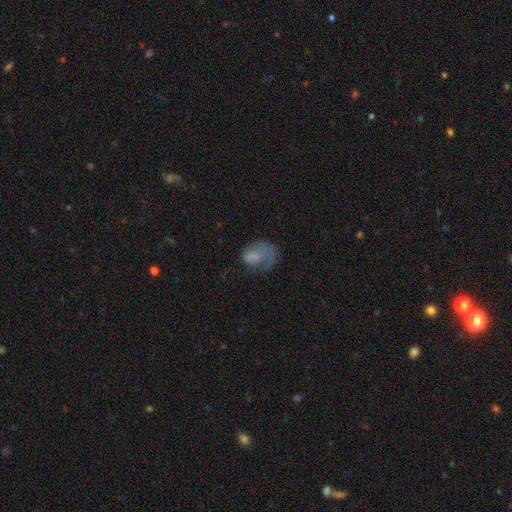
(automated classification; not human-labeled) Smooth or featured?
  - smooth: 56% *
  - featured or disk: 34%
  - star or artifact: 10%
How rounded?
  - in between: 67% *
  - round: 31%
  - cigar-shaped: 1%
Merging?
  - major disturbance: 44% *
  - none: 31%
  - minor disturbance: 22%
  - merger: 3%